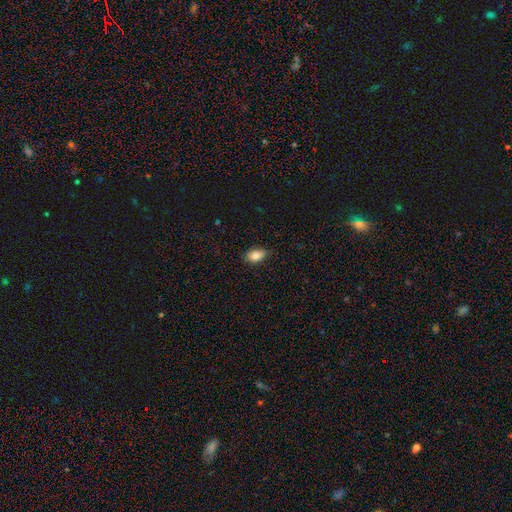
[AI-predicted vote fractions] Smooth or featured: smooth — 84% (star or artifact — 8%)
How rounded: in between — 87% (round — 9%)
Merging: none — 78% (minor disturbance — 18%)